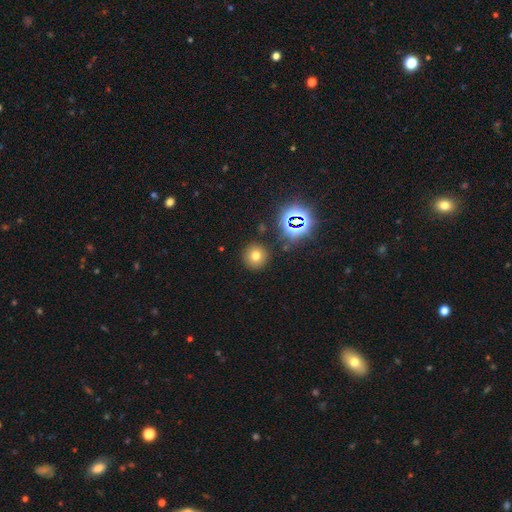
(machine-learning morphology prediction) Q: Smooth or featured?
A: smooth (68%); runner-up: star or artifact (22%)
Q: How rounded?
A: round (93%); runner-up: in between (6%)
Q: Merging?
A: none (88%); runner-up: minor disturbance (7%)